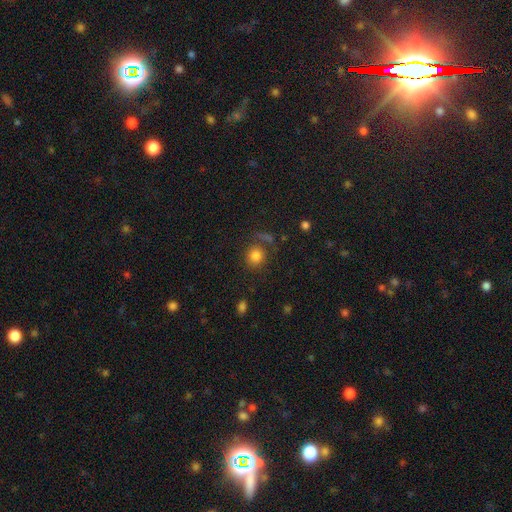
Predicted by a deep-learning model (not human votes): Smooth or featured? Predicted: smooth (p=0.82). How rounded? Predicted: round (p=0.81). Merging? Predicted: none (p=0.71).